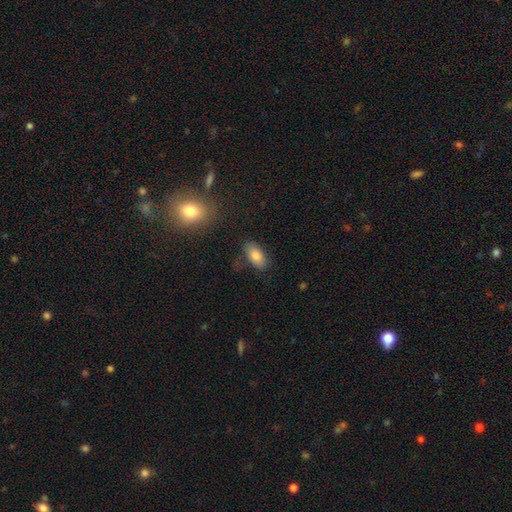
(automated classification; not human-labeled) Smooth or featured?
  - smooth: 80% *
  - featured or disk: 11%
  - star or artifact: 9%
How rounded?
  - in between: 91% *
  - round: 5%
  - cigar-shaped: 4%
Merging?
  - none: 77% *
  - minor disturbance: 16%
  - major disturbance: 5%
  - merger: 3%